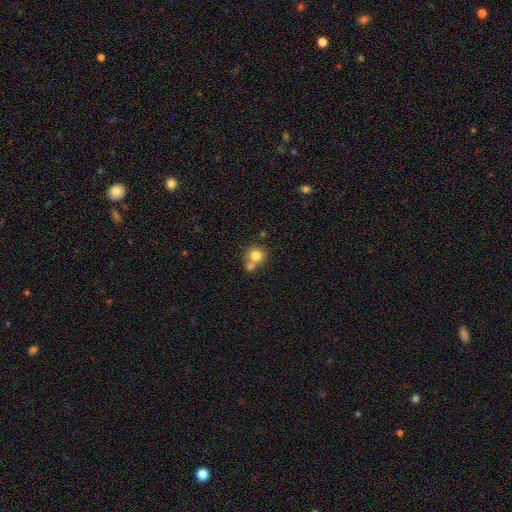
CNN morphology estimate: Smooth or featured? Predicted: smooth (p=0.78). How rounded? Predicted: round (p=0.87). Merging? Predicted: none (p=0.46).